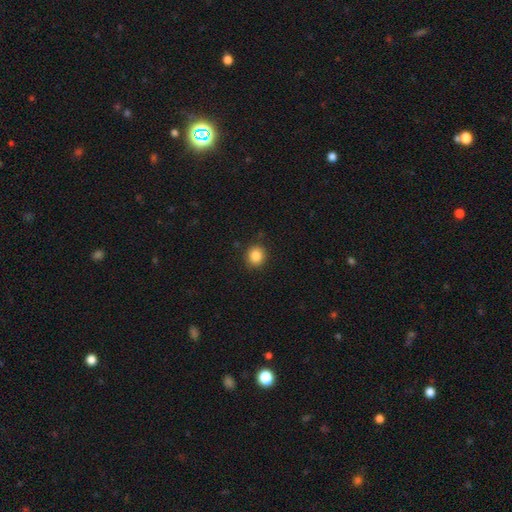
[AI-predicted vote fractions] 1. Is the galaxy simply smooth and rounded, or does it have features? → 86% smooth, 10% star or artifact, 4% featured or disk.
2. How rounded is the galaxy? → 82% round, 18% in between, 1% cigar-shaped.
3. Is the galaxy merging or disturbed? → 89% none, 8% minor disturbance, 2% major disturbance, 1% merger.